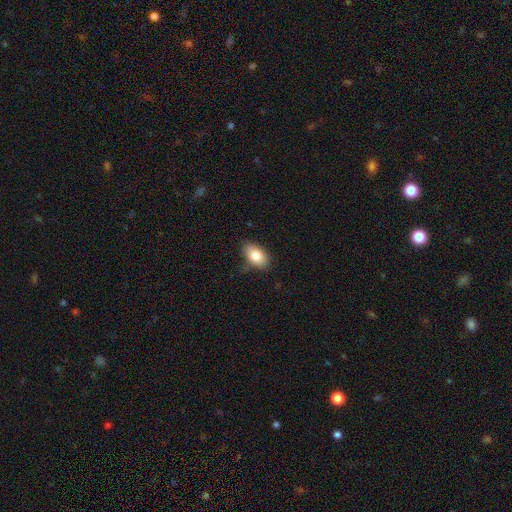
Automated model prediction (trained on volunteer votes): This appears to be a smooth galaxy with no disk features (81%) that is in between round and cigar-shaped (90%). Merging: none (79%).